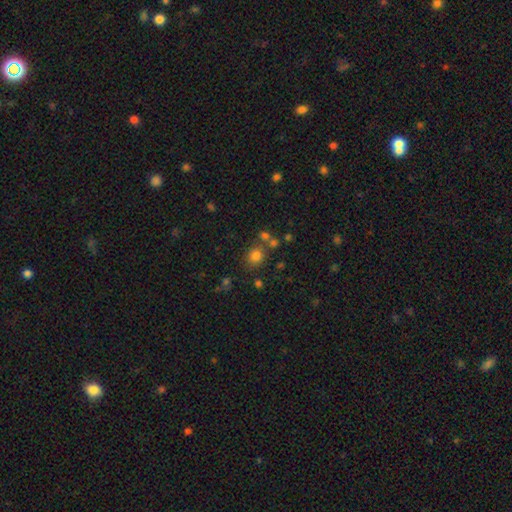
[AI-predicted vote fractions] Smooth or featured?
  - smooth: 75% *
  - star or artifact: 17%
  - featured or disk: 8%
How rounded?
  - round: 74% *
  - in between: 25%
  - cigar-shaped: 1%
Merging?
  - none: 70% *
  - merger: 14%
  - minor disturbance: 11%
  - major disturbance: 5%